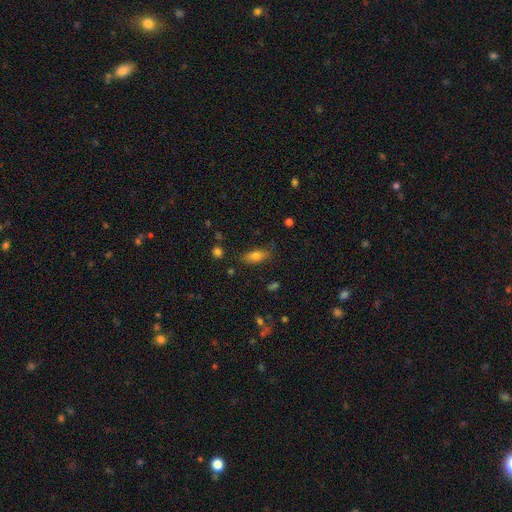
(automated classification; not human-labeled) Smooth or featured? smooth (75%)
How rounded? in between (78%)
Merging? none (81%)